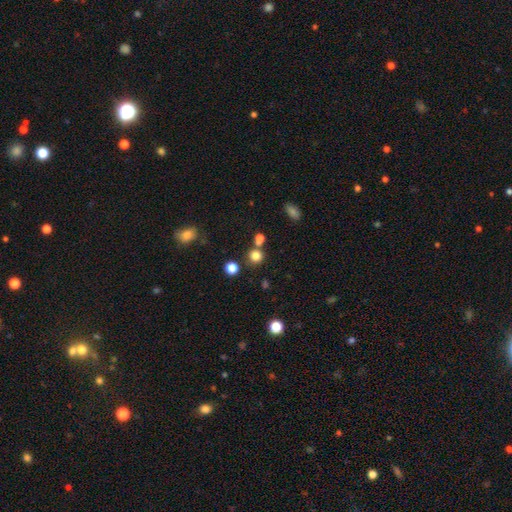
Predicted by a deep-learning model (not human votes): smooth-or-featured: smooth: 79% | star or artifact: 15% | featured or disk: 6%
  how-rounded: round: 88% | in between: 11% | cigar-shaped: 1%
  merging: none: 68% | merger: 20% | minor disturbance: 8% | major disturbance: 3%